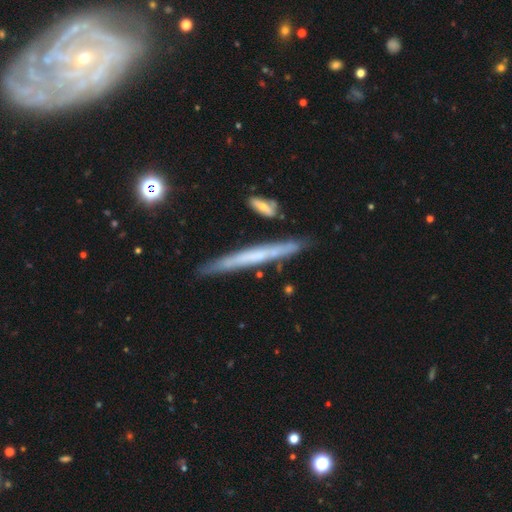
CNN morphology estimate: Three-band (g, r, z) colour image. It shows a featured or disk galaxy (57%) viewed edge-on (91%) with no central bulge (84%). Merging: none (83%).